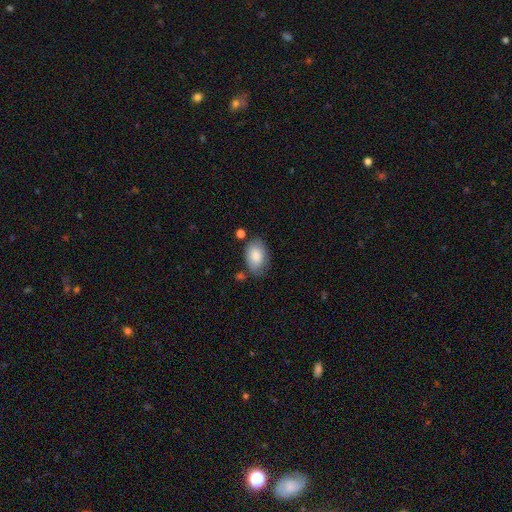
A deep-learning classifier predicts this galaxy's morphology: This appears to be a smooth galaxy with no disk features (83%) that is in between round and cigar-shaped (90%). Merging: none (67%).